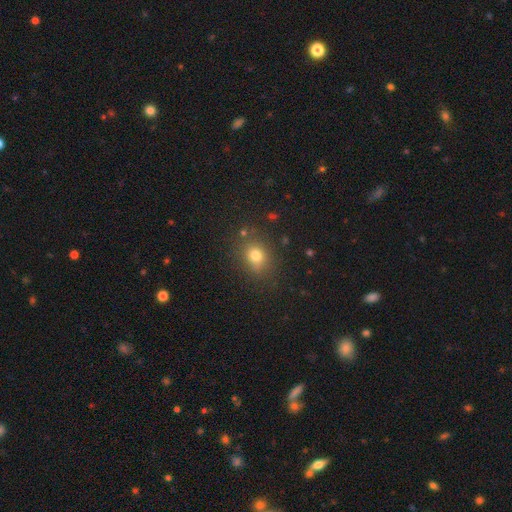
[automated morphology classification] type=smooth (75%); roundness=round (58%); merging=none (78%).